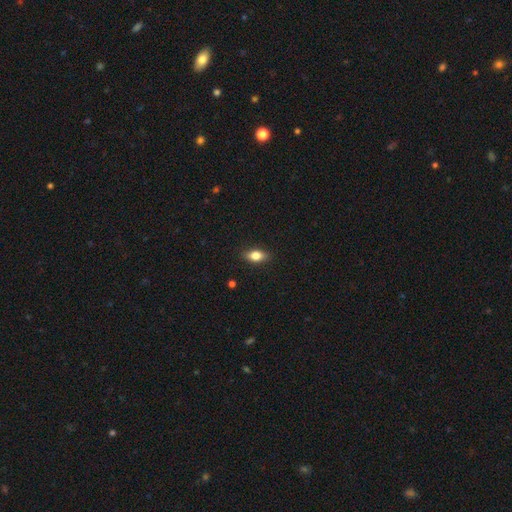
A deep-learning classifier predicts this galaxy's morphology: Smooth or featured? smooth (80%)
How rounded? in between (84%)
Merging? none (88%)